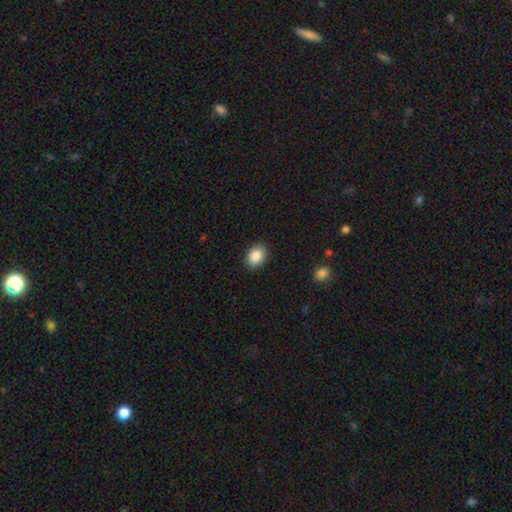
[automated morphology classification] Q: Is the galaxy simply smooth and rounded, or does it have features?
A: smooth — 88%.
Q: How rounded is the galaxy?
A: in between — 66%.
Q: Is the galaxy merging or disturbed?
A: none — 89%.